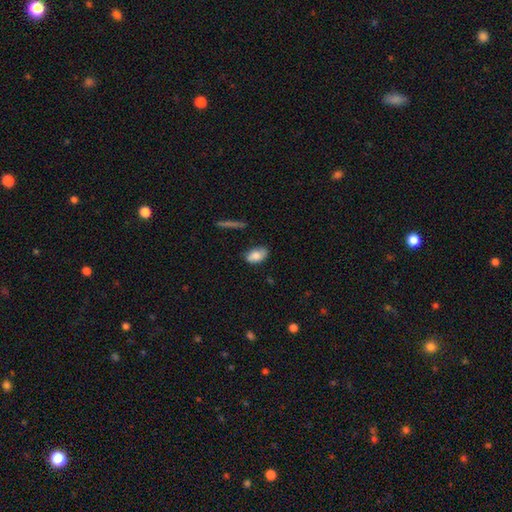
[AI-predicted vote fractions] A smooth galaxy with no disk features (81%) that is in between round and cigar-shaped (92%).

Vote fractions:
- Smooth or featured? smooth: 81% / featured or disk: 12% / star or artifact: 7%
- How rounded? in between: 92% / round: 6% / cigar-shaped: 3%
- Merging? none: 72% / minor disturbance: 21% / major disturbance: 4% / merger: 2%